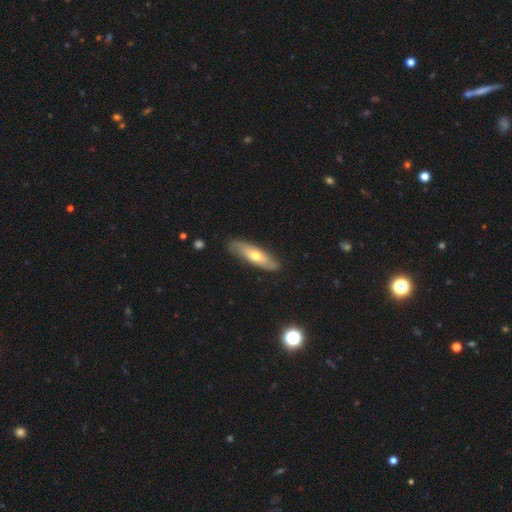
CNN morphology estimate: type=featured or disk (50%); edge-on=no (59%); merging=none (78%).